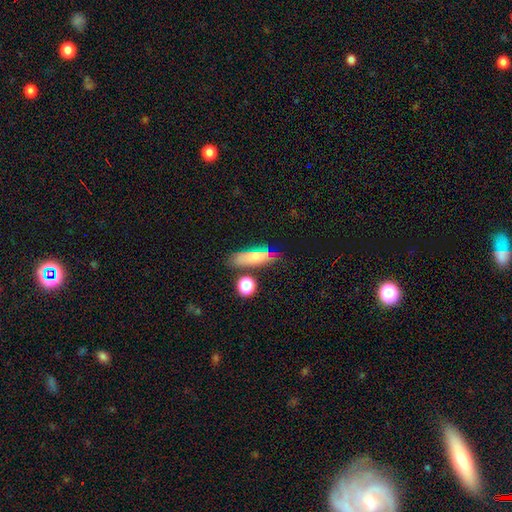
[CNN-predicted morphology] This is likely a smooth galaxy (67%). How rounded: possibly in between (54%). Merging: likely none (75%).